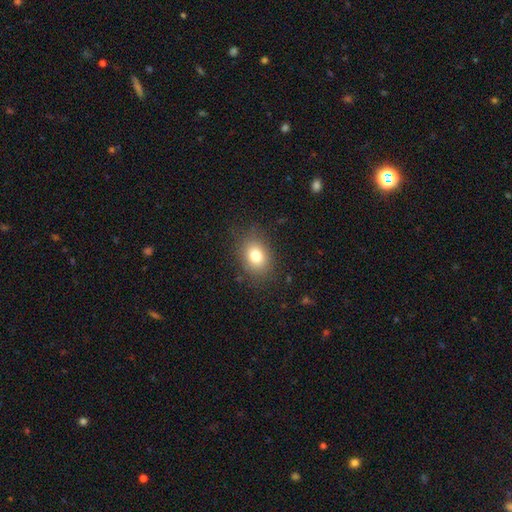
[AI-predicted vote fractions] This is likely a smooth galaxy (79%). How rounded: likely in between (67%). Merging: clearly none (83%).